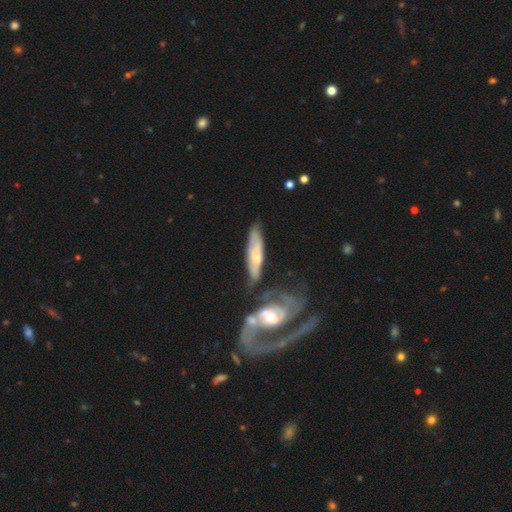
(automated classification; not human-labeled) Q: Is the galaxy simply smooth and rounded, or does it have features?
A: featured or disk — 58%.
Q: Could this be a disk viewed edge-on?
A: no — 63%.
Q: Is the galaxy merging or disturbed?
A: none — 51%.